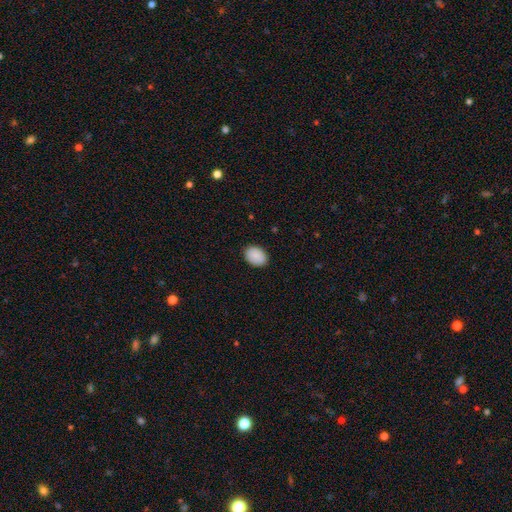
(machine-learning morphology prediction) A smooth galaxy with no disk features (91%) that is in between round and cigar-shaped (71%). Merging: none (90%).